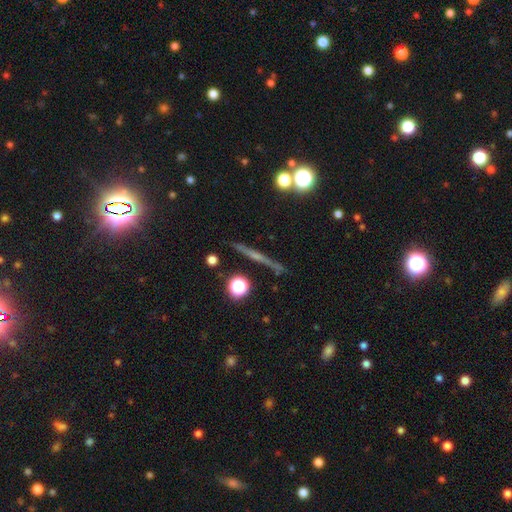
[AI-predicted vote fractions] Smooth or featured? Predicted: featured or disk (p=0.70). Edge-on disk? Predicted: yes (p=0.97). Edge-on bulge? Predicted: rounded (p=0.61). Merging? Predicted: none (p=0.89).